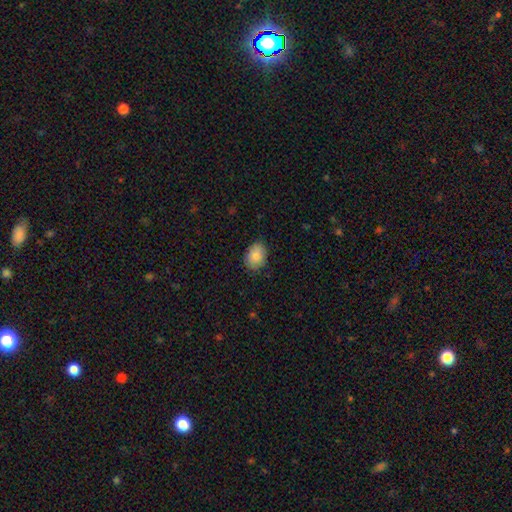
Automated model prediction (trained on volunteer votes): Smooth or featured? smooth (84%)
How rounded? in between (65%)
Merging? none (81%)